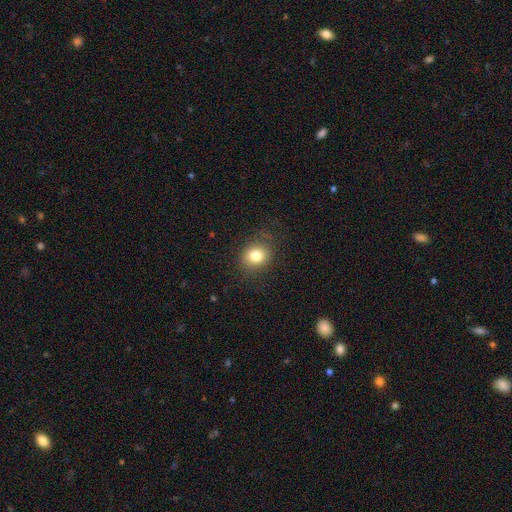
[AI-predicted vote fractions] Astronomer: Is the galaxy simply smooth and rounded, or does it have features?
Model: smooth — 80%.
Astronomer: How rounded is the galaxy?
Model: round — 71%.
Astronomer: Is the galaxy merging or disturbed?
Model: none — 82%.